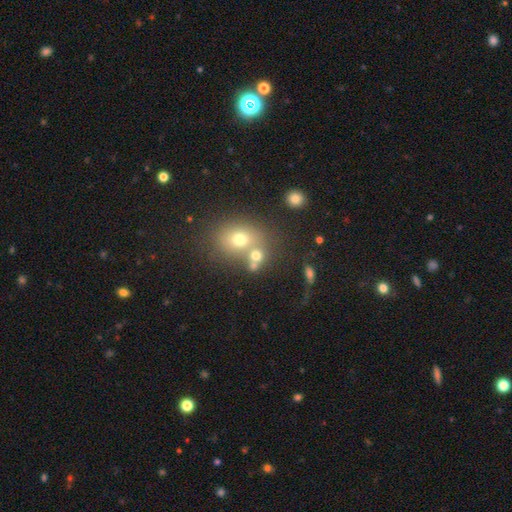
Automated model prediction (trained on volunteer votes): The model was most divided on "merging": merger: 45%, none: 41%, minor disturbance: 9%, major disturbance: 6%. More confident: smooth or featured — smooth (67%); how rounded — round (66%).